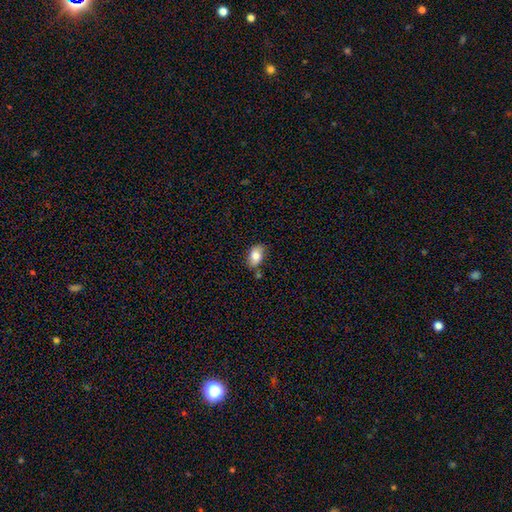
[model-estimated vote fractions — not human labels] smooth-or-featured: smooth: 80% | featured or disk: 12% | star or artifact: 8%
  how-rounded: in between: 88% | round: 10% | cigar-shaped: 2%
  merging: none: 73% | minor disturbance: 18% | merger: 6% | major disturbance: 3%